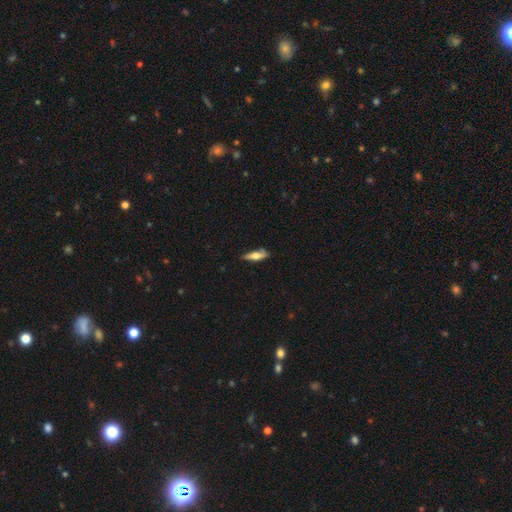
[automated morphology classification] Overall: smooth (58%; featured or disk 36%). How rounded: cigar-shaped (57%; in between 41%). Merging: none (74%).